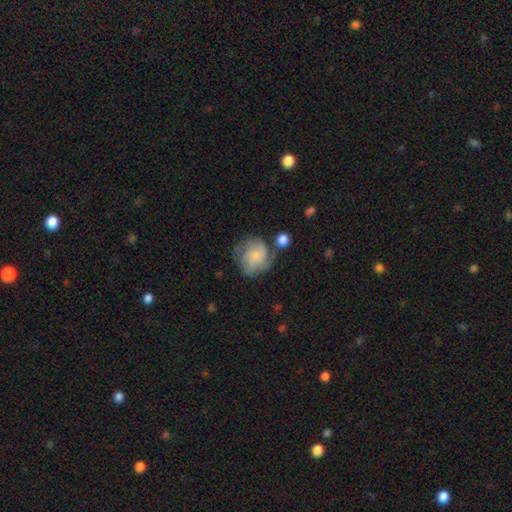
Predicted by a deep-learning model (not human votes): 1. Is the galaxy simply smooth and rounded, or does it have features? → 49% featured or disk, 43% smooth, 8% star or artifact.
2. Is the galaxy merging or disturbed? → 53% none, 24% minor disturbance, 14% major disturbance, 8% merger.